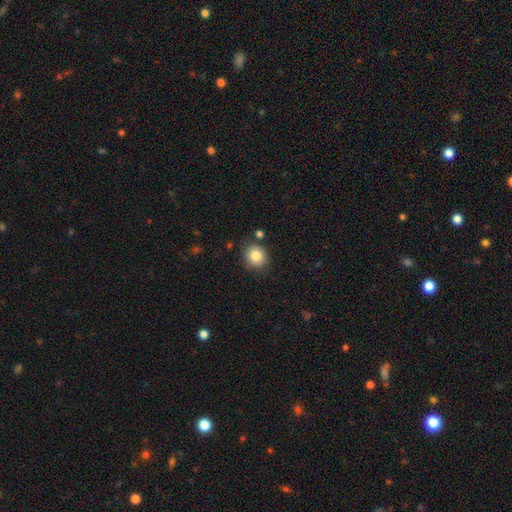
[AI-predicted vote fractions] smooth_or_featured: smooth (p=0.83) [alt: star or artifact p=0.10]
how_rounded: round (p=0.79) [alt: in between p=0.20]
merging: none (p=0.82) [alt: minor disturbance p=0.11]